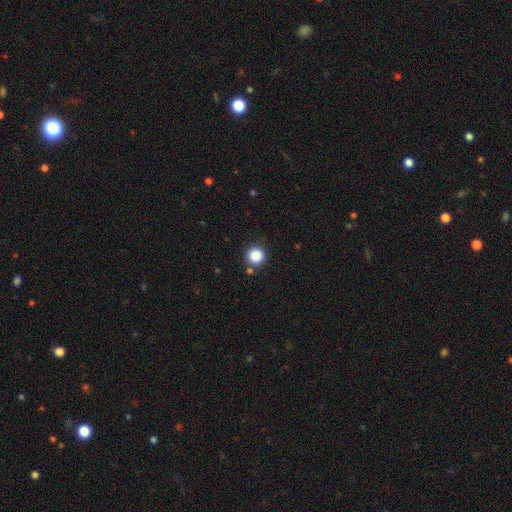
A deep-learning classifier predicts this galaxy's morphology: Smooth or featured: smooth — 85% (star or artifact — 11%)
How rounded: round — 94% (in between — 5%)
Merging: none — 85% (minor disturbance — 8%)